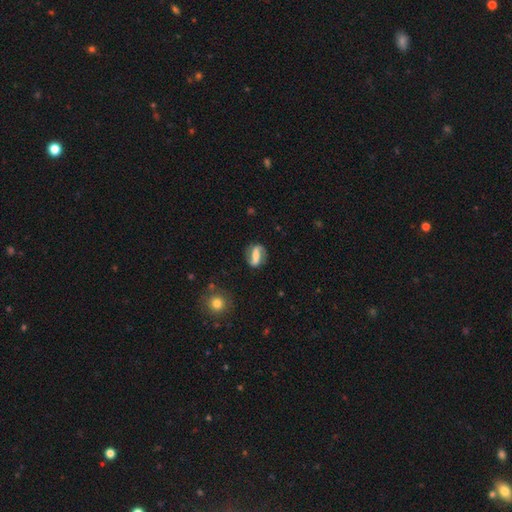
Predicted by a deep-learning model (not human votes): This appears to be a featured or disk galaxy (73%) with a strong bar (61%), 2 (91%) loose (54%) spiral arms (86%) and a moderate central bulge (35%). Merging: none (79%).